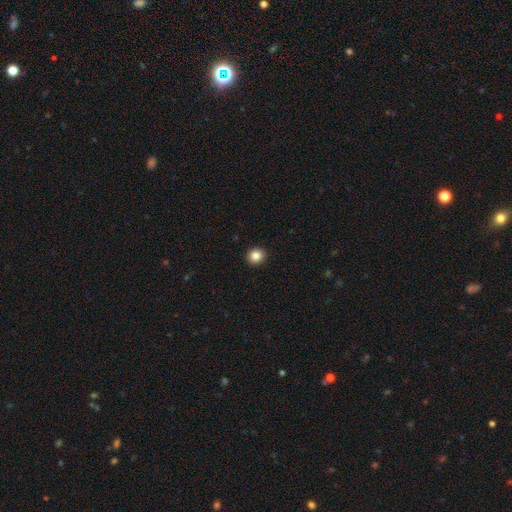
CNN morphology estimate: Overall: smooth (85%). How rounded: round (87%). Merging: none (93%).